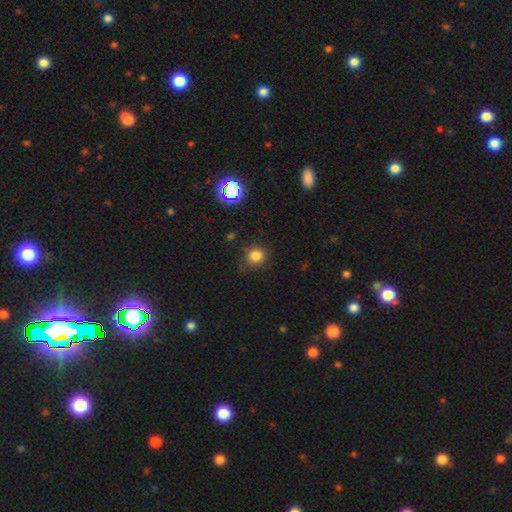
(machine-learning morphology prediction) type=smooth (81%); roundness=round (90%); merging=none (75%).